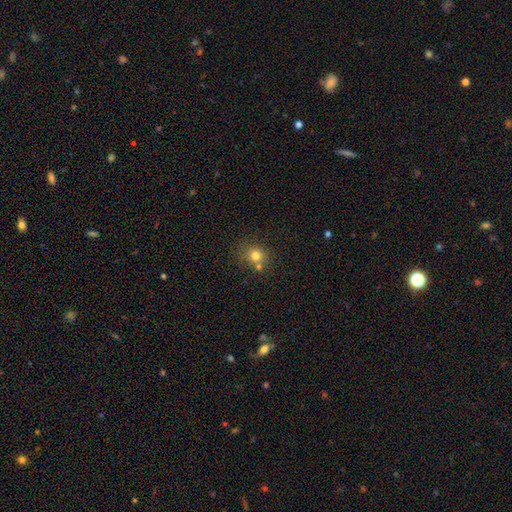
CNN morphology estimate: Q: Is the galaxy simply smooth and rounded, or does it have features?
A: smooth — 76%.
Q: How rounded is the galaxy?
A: round — 76%.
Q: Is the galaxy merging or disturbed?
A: none — 60%.